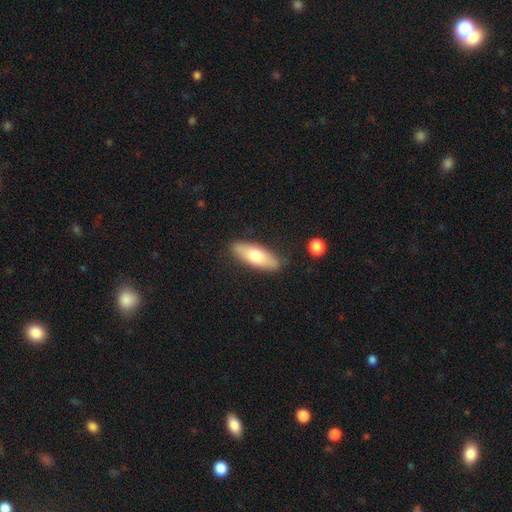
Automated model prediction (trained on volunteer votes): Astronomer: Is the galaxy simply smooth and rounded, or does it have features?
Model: smooth — 69%.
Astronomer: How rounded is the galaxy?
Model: in between — 65%.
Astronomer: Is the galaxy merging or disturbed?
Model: none — 85%.